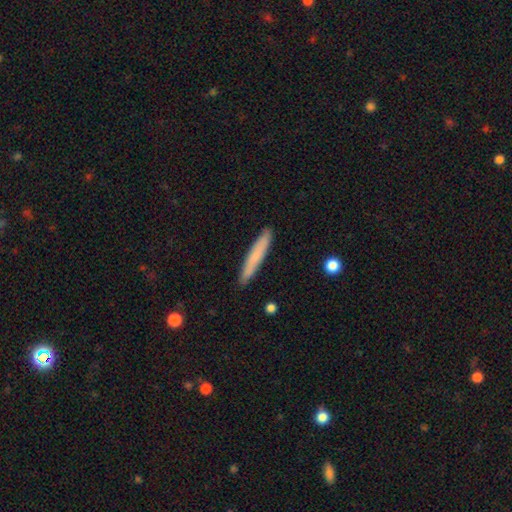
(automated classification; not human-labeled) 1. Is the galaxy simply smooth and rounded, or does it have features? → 74% smooth, 20% featured or disk, 6% star or artifact.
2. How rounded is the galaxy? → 95% cigar-shaped, 4% in between, 1% round.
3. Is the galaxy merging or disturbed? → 89% none, 8% minor disturbance, 2% major disturbance, 1% merger.